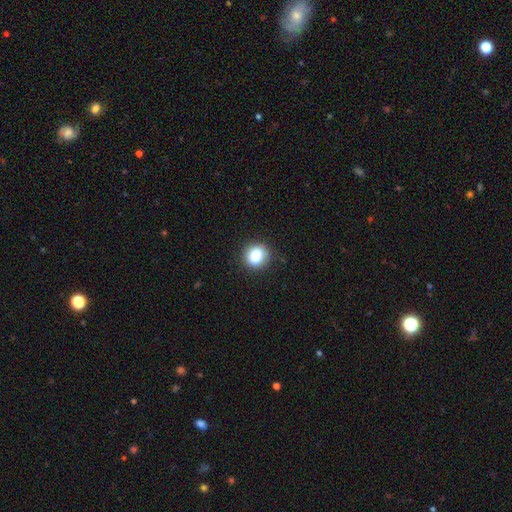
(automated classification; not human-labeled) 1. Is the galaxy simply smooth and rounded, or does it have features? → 83% smooth, 10% star or artifact, 6% featured or disk.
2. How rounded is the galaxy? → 83% round, 16% in between, 1% cigar-shaped.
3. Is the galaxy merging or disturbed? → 88% none, 9% minor disturbance, 2% major disturbance, 1% merger.